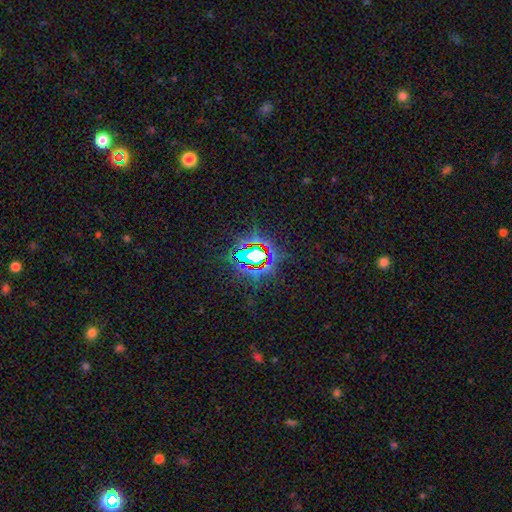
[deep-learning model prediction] Smooth or featured: star or artifact — 79% (smooth — 11%)